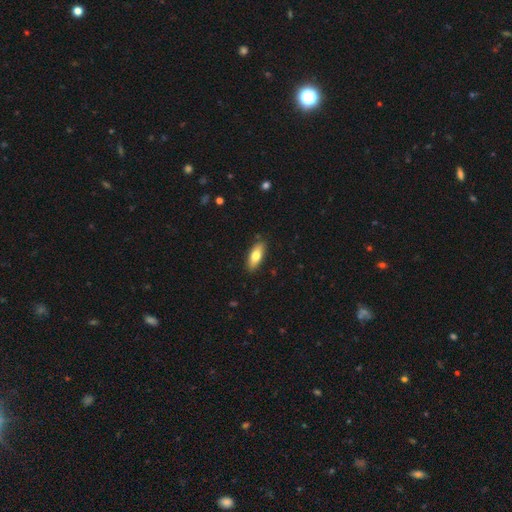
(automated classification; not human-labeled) The model was most divided on "how rounded": in between: 73%, cigar-shaped: 25%, round: 2%. More confident: merging — none (87%); smooth or featured — smooth (74%).